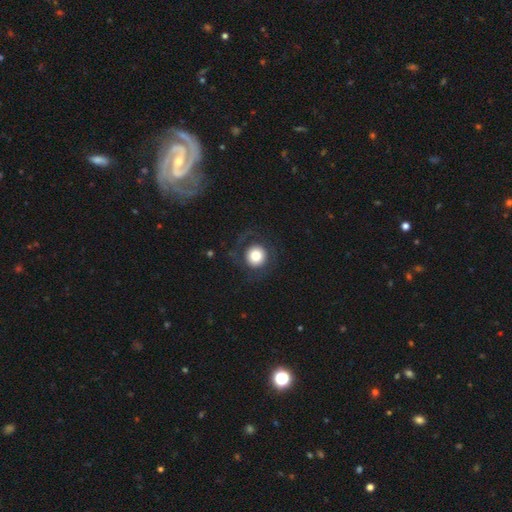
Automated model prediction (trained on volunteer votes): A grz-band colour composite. It shows a smooth galaxy with no disk features (70%) that is round (94%). Merging: none (78%).